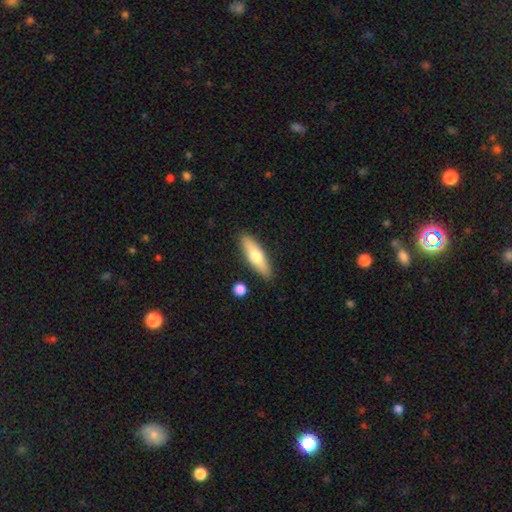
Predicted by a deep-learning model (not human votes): Overall: smooth (58%; featured or disk 37%). How rounded: cigar-shaped (60%; in between 38%). Merging: none (86%).